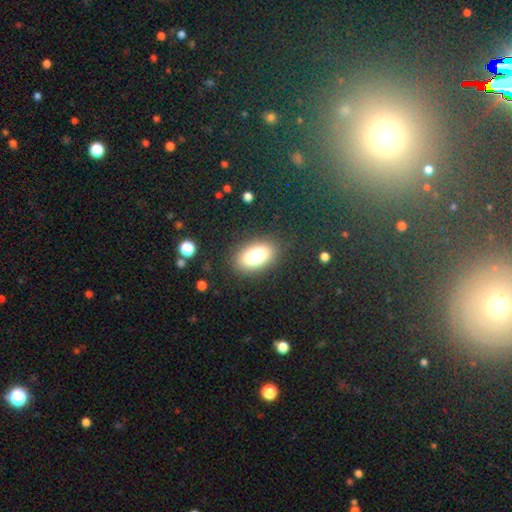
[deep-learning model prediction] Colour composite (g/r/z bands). It shows a smooth galaxy with no disk features (78%) that is in between round and cigar-shaped (89%). Merging: none (84%).